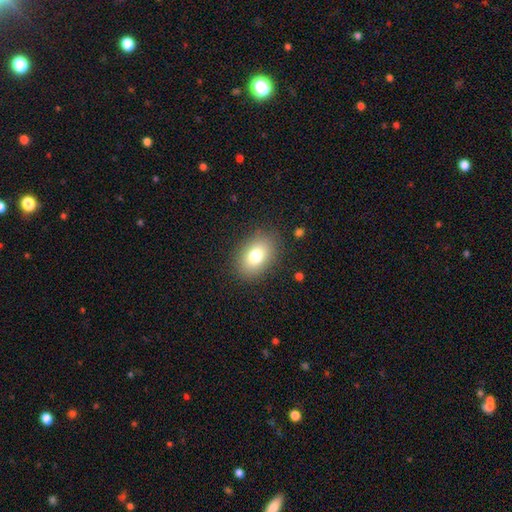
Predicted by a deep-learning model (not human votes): smooth 78%, featured or disk 12%, star or artifact 10%. Down the decision tree: how rounded — in between (80%); merging — none (86%).